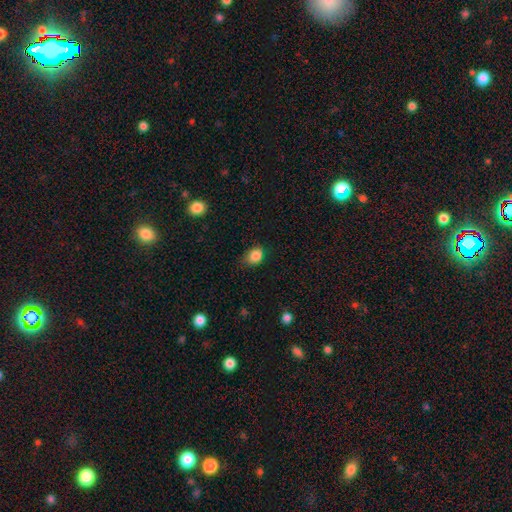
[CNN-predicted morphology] Q: Smooth or featured?
A: smooth (85%); runner-up: star or artifact (10%)
Q: How rounded?
A: in between (60%); runner-up: round (38%)
Q: Merging?
A: none (64%); runner-up: minor disturbance (29%)